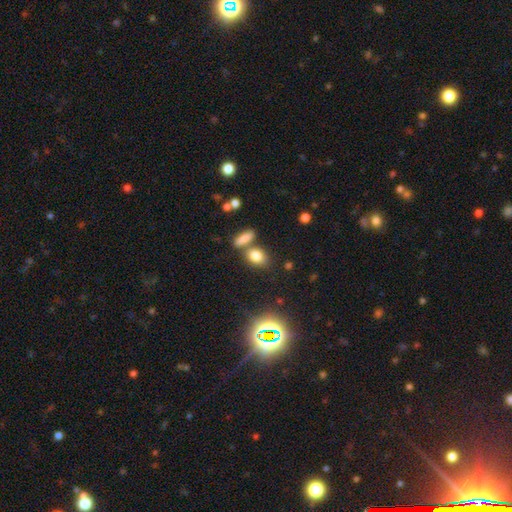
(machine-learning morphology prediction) Overall: smooth (78%). How rounded: in between (65%; round 30%). Merging: none (62%; merger 23%).